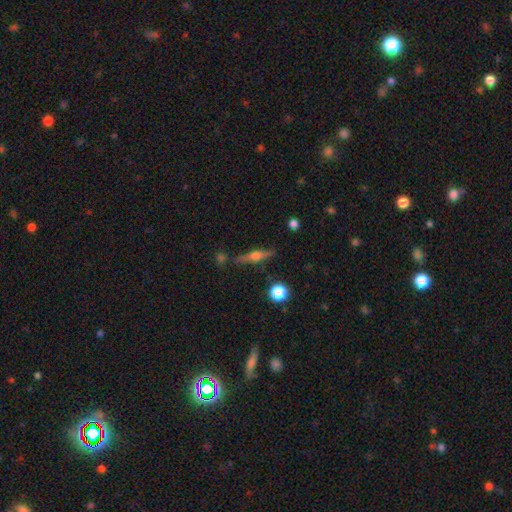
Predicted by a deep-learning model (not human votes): A featured or disk galaxy (58%) viewed edge-on (95%) with a rounded central bulge (86%).

Vote fractions:
- Smooth or featured? featured or disk: 58% / smooth: 34% / star or artifact: 8%
- Edge-on disk? yes: 95% / no: 5%
- Edge-on bulge? rounded: 86% / boxy: 8% / none: 6%
- Merging? none: 81% / minor disturbance: 12% / merger: 5% / major disturbance: 3%